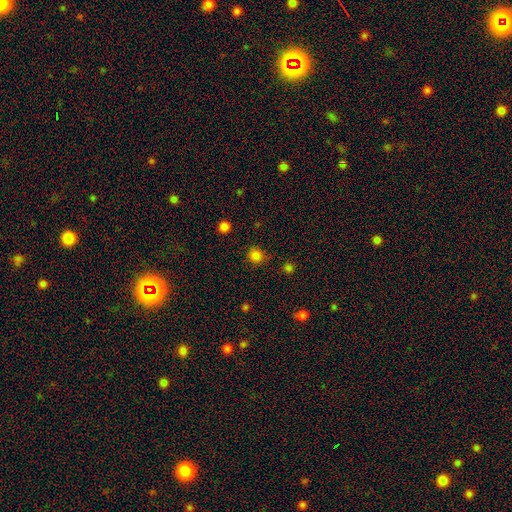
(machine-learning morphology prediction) This appears to be a smooth galaxy with no disk features (81%) that is round (91%). Merging: none (83%).